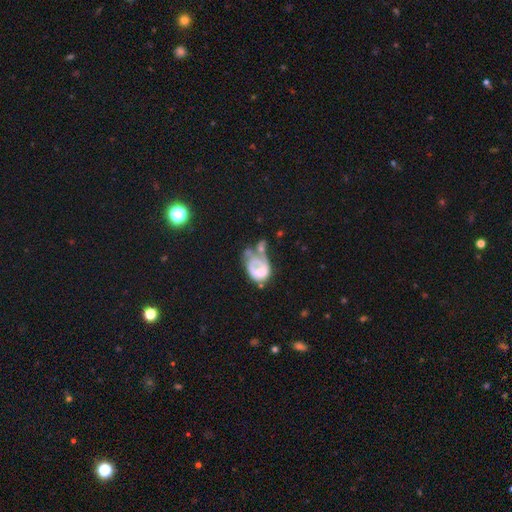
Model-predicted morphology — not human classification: Smooth or featured? Predicted: featured or disk (p=0.50). Merging? Predicted: major disturbance (p=0.34).